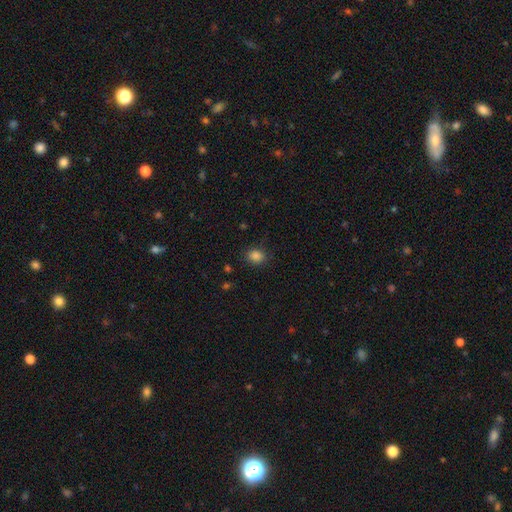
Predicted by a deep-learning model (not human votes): Smooth or featured?
  - smooth: 85% *
  - star or artifact: 12%
  - featured or disk: 3%
How rounded?
  - round: 65% *
  - in between: 34%
  - cigar-shaped: 1%
Merging?
  - none: 85% *
  - minor disturbance: 11%
  - major disturbance: 3%
  - merger: 1%